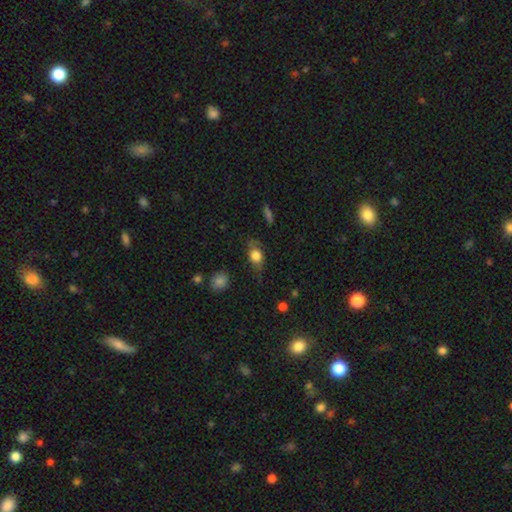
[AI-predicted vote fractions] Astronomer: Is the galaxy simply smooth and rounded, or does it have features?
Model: smooth — 70%.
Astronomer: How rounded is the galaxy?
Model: in between — 71%.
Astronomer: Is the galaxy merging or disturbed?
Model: none — 65%.